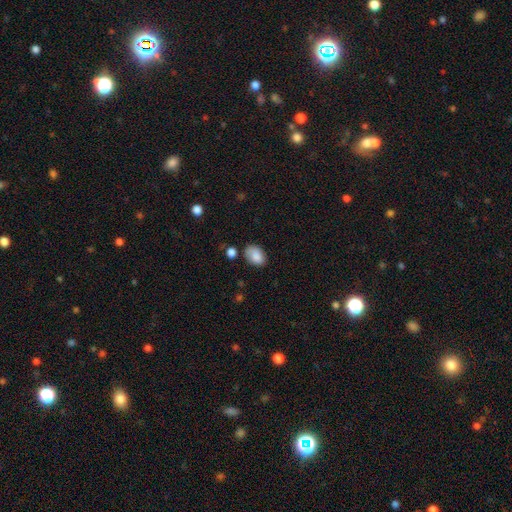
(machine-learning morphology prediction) Smooth or featured?
  - smooth: 84% *
  - star or artifact: 8%
  - featured or disk: 8%
How rounded?
  - in between: 79% *
  - round: 20%
  - cigar-shaped: 1%
Merging?
  - none: 64% *
  - minor disturbance: 24%
  - major disturbance: 6%
  - merger: 6%